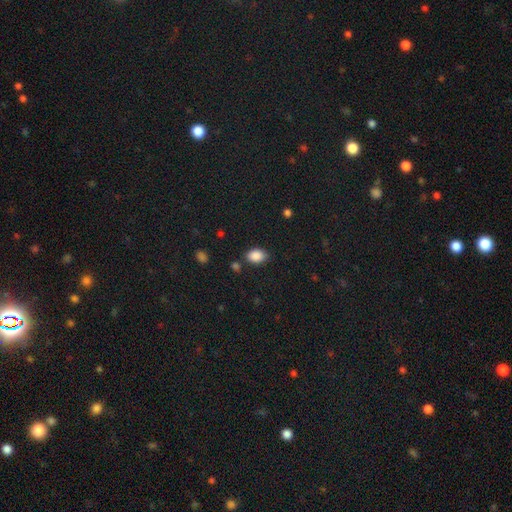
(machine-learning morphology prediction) Q: Smooth or featured?
A: smooth (88%); runner-up: star or artifact (8%)
Q: How rounded?
A: in between (83%); runner-up: round (16%)
Q: Merging?
A: none (77%); runner-up: minor disturbance (15%)